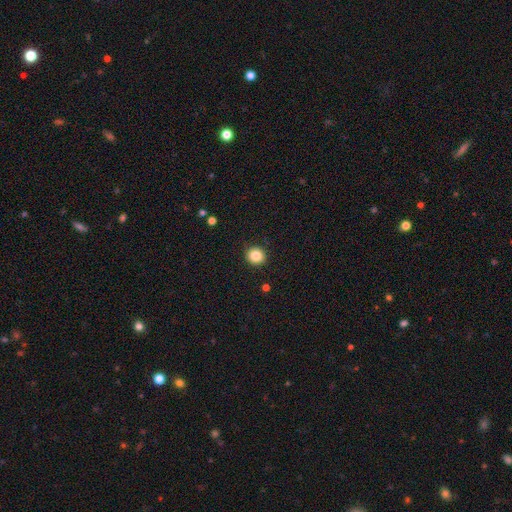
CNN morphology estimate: Smooth or featured: smooth — 85% (star or artifact — 10%)
How rounded: round — 89% (in between — 10%)
Merging: none — 91% (minor disturbance — 6%)